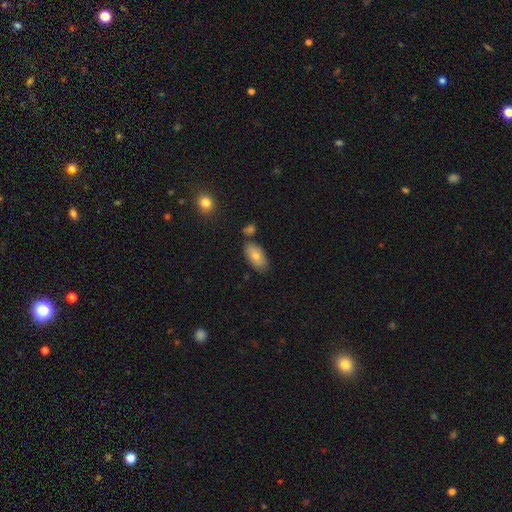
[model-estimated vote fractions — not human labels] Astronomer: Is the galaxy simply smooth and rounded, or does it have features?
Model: smooth — 78%.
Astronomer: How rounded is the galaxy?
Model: in between — 94%.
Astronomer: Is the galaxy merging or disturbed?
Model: none — 74%.